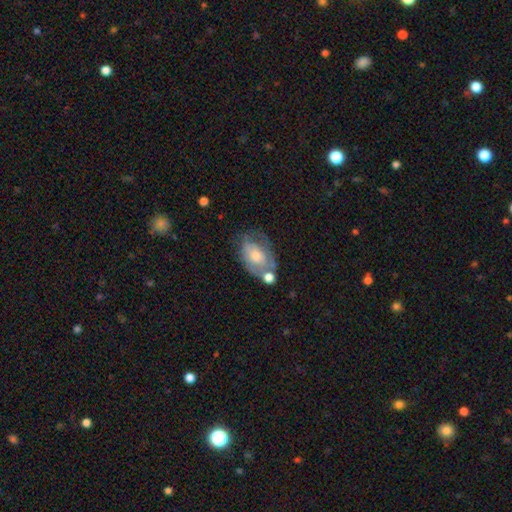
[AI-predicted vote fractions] Overall: featured or disk (51%; smooth 42%). Edge-on disk: no (93%). Merging: none (44%; minor disturbance 25%).